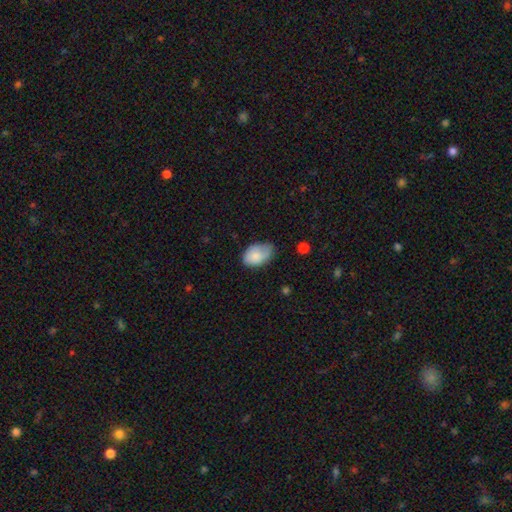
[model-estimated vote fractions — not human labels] Smooth or featured? smooth (78%)
How rounded? in between (87%)
Merging? none (47%)